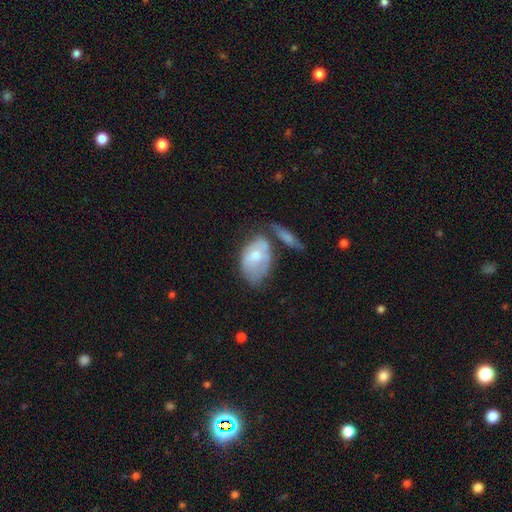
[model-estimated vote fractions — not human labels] Overall: smooth (57%; featured or disk 37%). How rounded: in between (88%). Merging: none (31%; minor disturbance 28%).